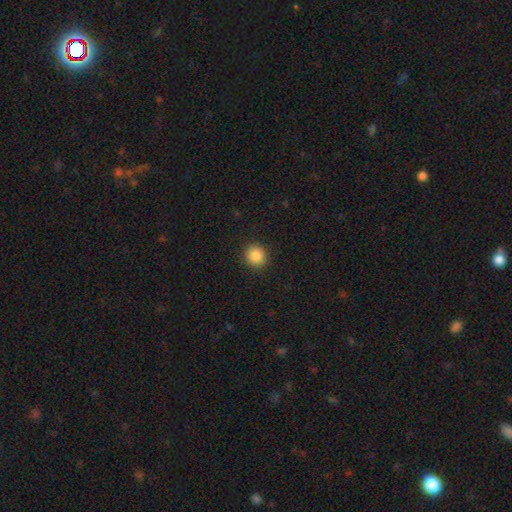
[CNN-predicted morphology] Smooth or featured?
  - smooth: 87% *
  - star or artifact: 9%
  - featured or disk: 4%
How rounded?
  - round: 88% *
  - in between: 11%
  - cigar-shaped: 1%
Merging?
  - none: 91% *
  - minor disturbance: 6%
  - major disturbance: 2%
  - merger: 1%